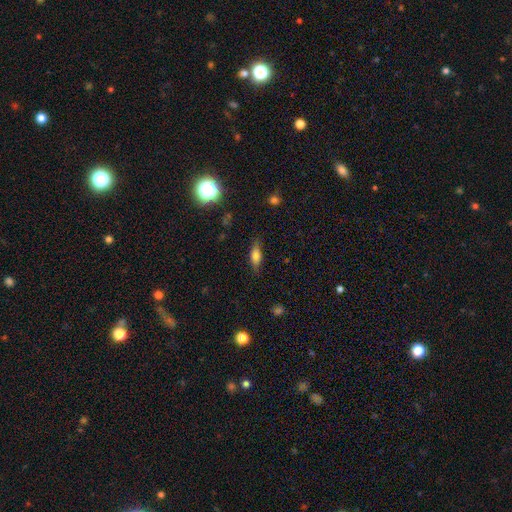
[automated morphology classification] Smooth or featured: smooth — 65% (featured or disk — 25%)
How rounded: in between — 65% (cigar-shaped — 30%)
Merging: none — 79% (minor disturbance — 16%)